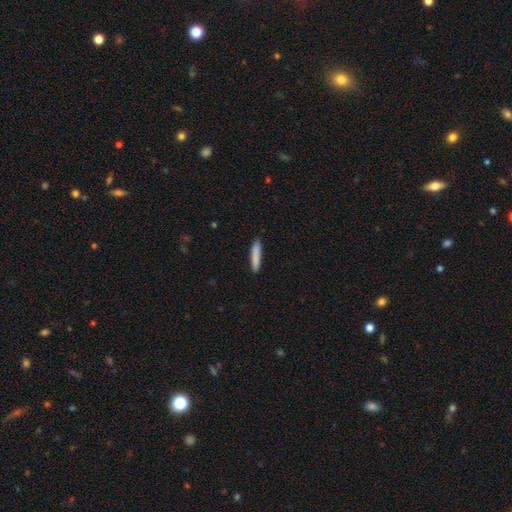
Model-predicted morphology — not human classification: This appears to be a smooth galaxy with no disk features (85%) that is cigar-shaped (91%). Merging: none (89%).